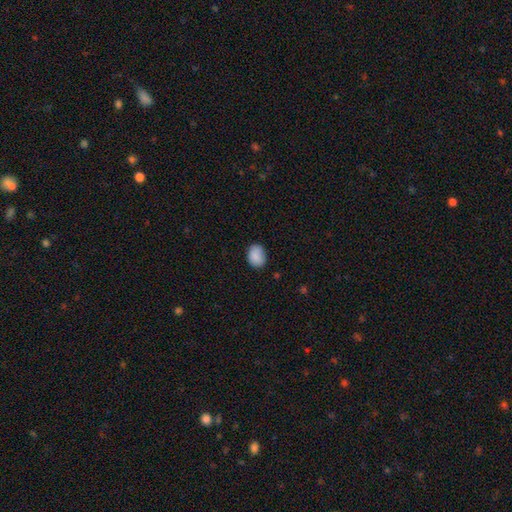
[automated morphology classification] smooth 89%, star or artifact 8%, featured or disk 4%. Down the decision tree: how rounded — in between (68%); merging — none (80%).